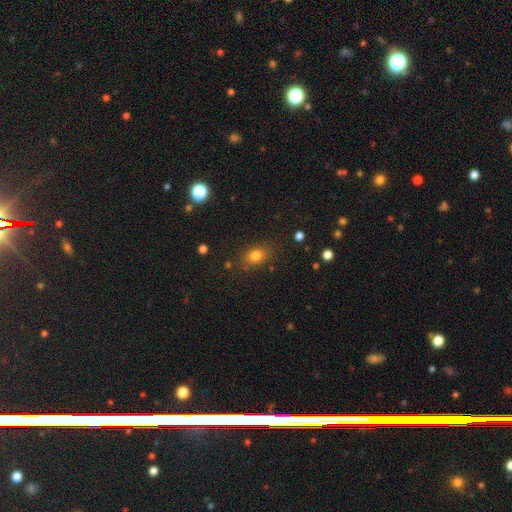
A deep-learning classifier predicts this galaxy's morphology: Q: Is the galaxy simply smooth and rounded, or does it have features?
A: smooth — 78%.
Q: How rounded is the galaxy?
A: in between — 66%.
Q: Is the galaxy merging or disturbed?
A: none — 79%.